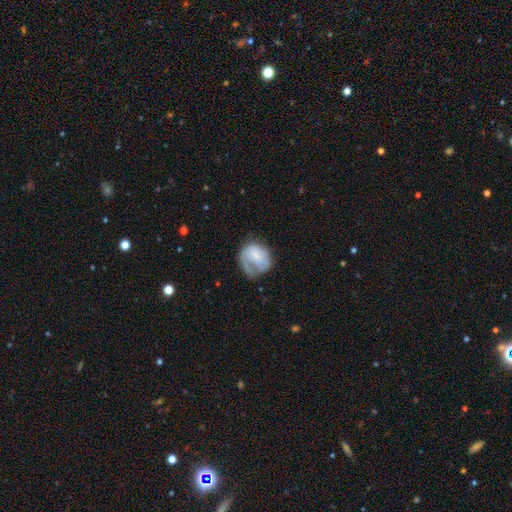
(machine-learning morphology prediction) smooth-or-featured: smooth: 53% | featured or disk: 40% | star or artifact: 7%
  how-rounded: round: 66% | in between: 33% | cigar-shaped: 1%
  merging: major disturbance: 35% | none: 34% | minor disturbance: 28% | merger: 3%